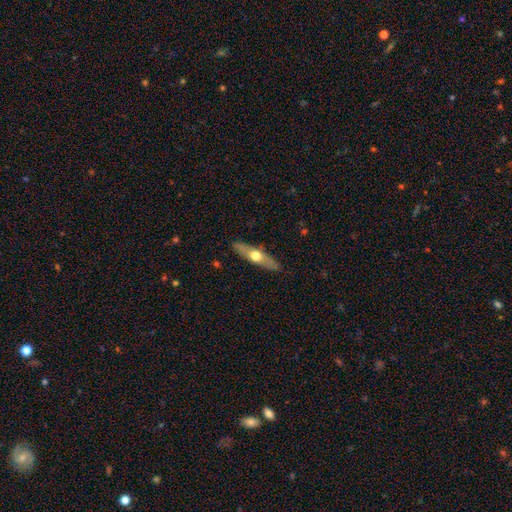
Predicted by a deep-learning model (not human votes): Overall: featured or disk (52%; smooth 43%). Edge-on disk: yes (82%). Merging: none (88%).